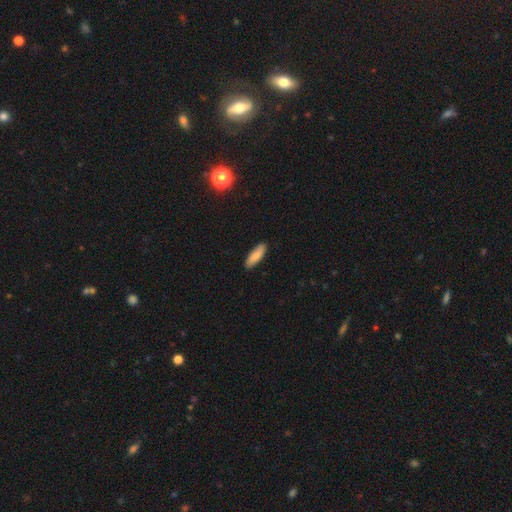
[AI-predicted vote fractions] Smooth or featured: smooth — 84% (featured or disk — 10%)
How rounded: cigar-shaped — 51% (in between — 47%)
Merging: none — 89% (minor disturbance — 8%)